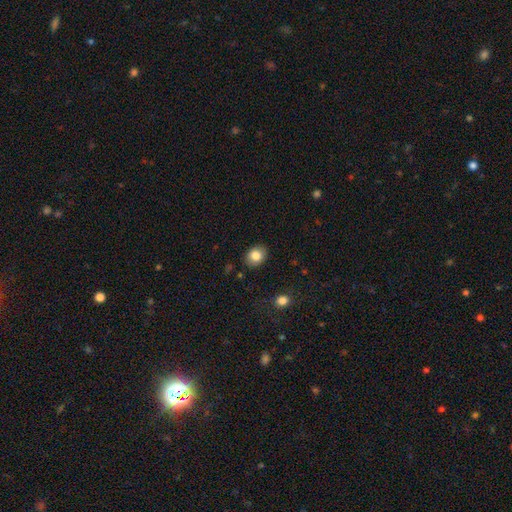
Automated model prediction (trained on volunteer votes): Smooth or featured? Predicted: smooth (p=0.83). How rounded? Predicted: in between (p=0.52). Merging? Predicted: none (p=0.86).